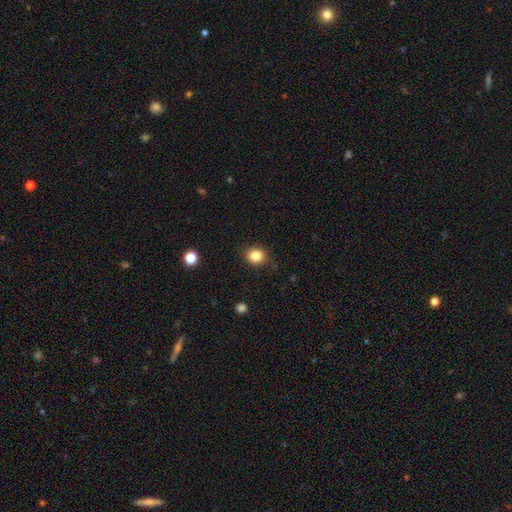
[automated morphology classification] Smooth or featured? smooth (83%)
How rounded? round (77%)
Merging? none (85%)